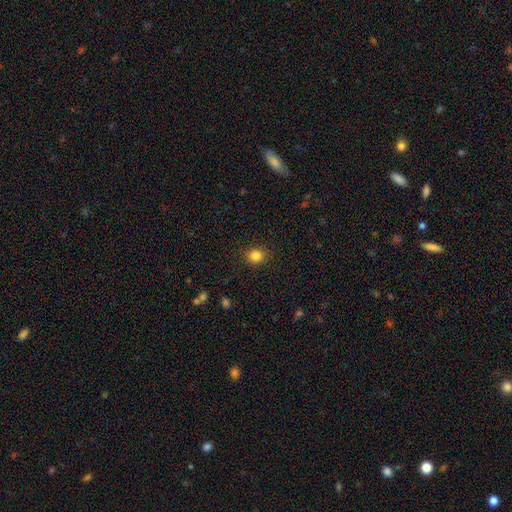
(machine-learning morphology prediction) A smooth galaxy with no disk features (84%) that is round (79%).

Vote fractions:
- Smooth or featured? smooth: 84% / star or artifact: 12% / featured or disk: 5%
- How rounded? round: 79% / in between: 20% / cigar-shaped: 1%
- Merging? none: 89% / minor disturbance: 8% / major disturbance: 2% / merger: 1%